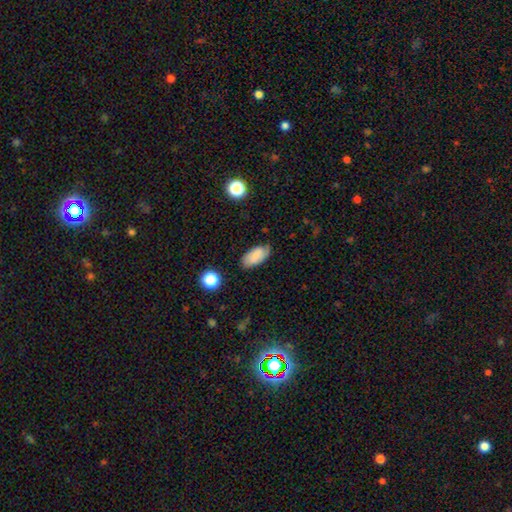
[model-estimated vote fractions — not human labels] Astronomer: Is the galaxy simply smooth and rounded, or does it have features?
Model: smooth — 76%.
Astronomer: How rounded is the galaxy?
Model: in between — 93%.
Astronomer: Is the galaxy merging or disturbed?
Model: none — 75%.